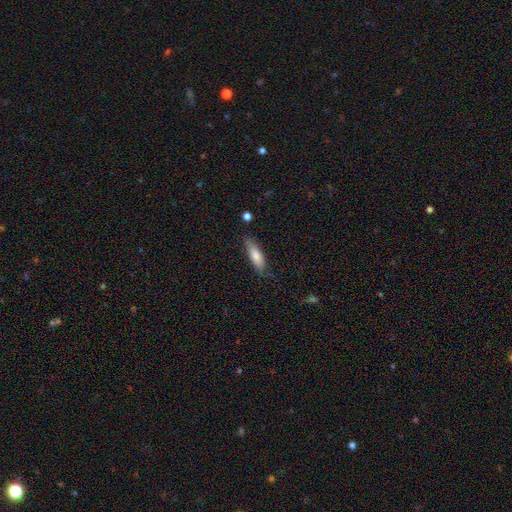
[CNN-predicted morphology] This appears to be a smooth galaxy with no disk features (75%) that is cigar-shaped (54%). Merging: none (76%).